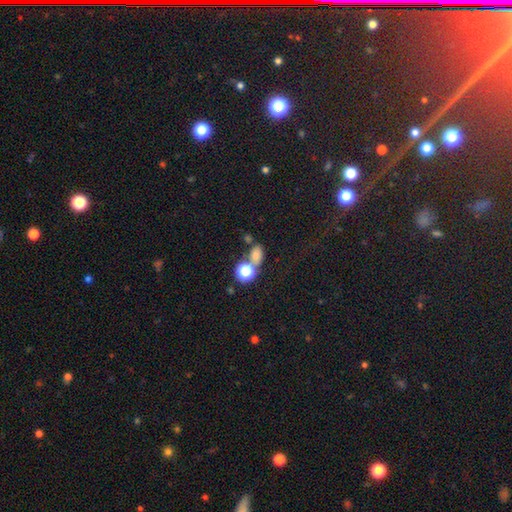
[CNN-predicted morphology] smooth_or_featured: smooth (p=0.70) [alt: star or artifact p=0.22]
how_rounded: in between (p=0.68) [alt: round p=0.30]
merging: none (p=0.53) [alt: merger p=0.29]